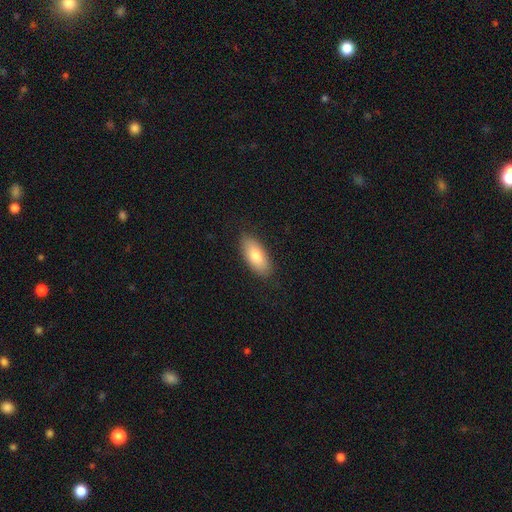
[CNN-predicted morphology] Smooth or featured? smooth (81%)
How rounded? in between (88%)
Merging? none (85%)